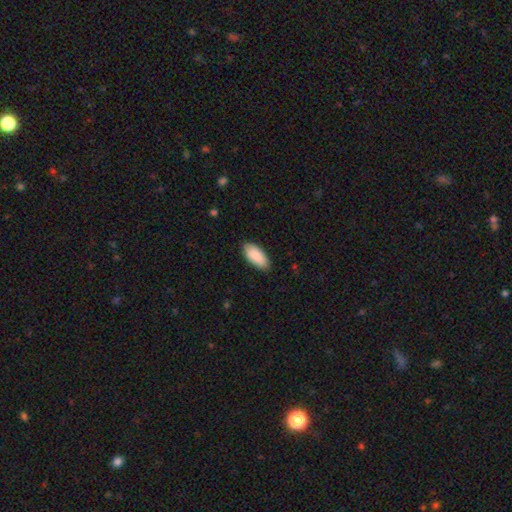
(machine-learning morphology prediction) Smooth or featured: smooth — 90% (star or artifact — 5%)
How rounded: in between — 92% (cigar-shaped — 6%)
Merging: none — 86% (minor disturbance — 11%)